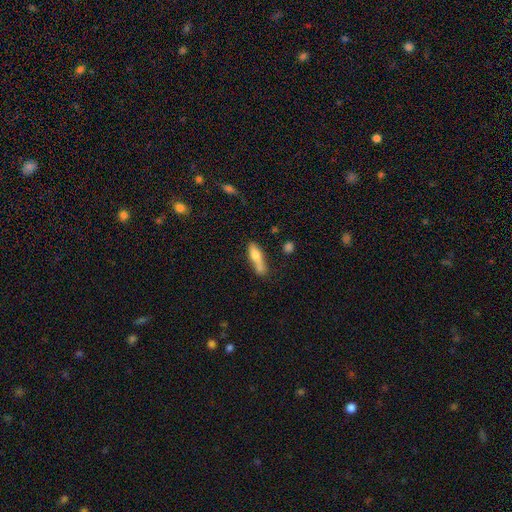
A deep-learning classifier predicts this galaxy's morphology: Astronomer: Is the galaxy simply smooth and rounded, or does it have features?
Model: smooth — 71%.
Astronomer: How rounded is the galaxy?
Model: cigar-shaped — 57% (runner-up: in between, 40%).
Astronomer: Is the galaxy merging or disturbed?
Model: none — 44% (runner-up: minor disturbance, 24%).